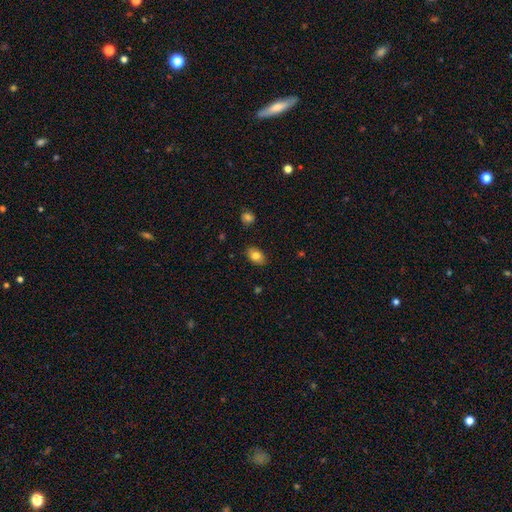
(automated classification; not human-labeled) Smooth or featured?
  - smooth: 81% *
  - featured or disk: 10%
  - star or artifact: 8%
How rounded?
  - in between: 85% *
  - round: 14%
  - cigar-shaped: 1%
Merging?
  - none: 86% *
  - minor disturbance: 11%
  - major disturbance: 2%
  - merger: 1%